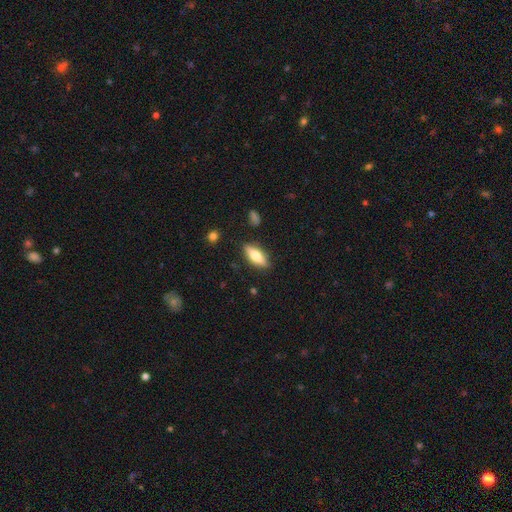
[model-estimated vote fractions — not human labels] This appears to be a smooth galaxy with no disk features (63%) that is in between round and cigar-shaped (64%). Merging: none (85%).